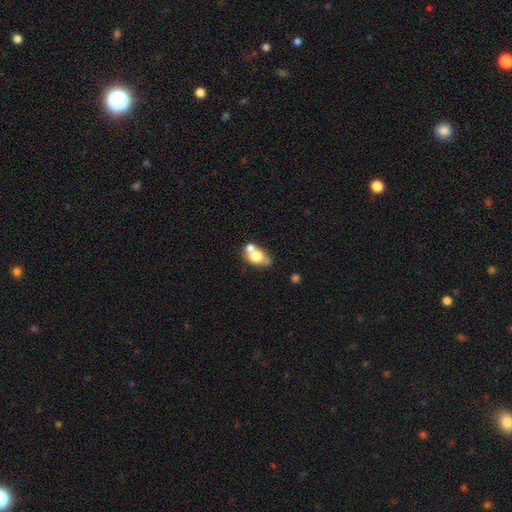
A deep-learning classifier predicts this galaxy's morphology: The model was most divided on "merging": merger: 46%, none: 36%, minor disturbance: 12%, major disturbance: 6%. More confident: how rounded — in between (67%); smooth or featured — smooth (64%).